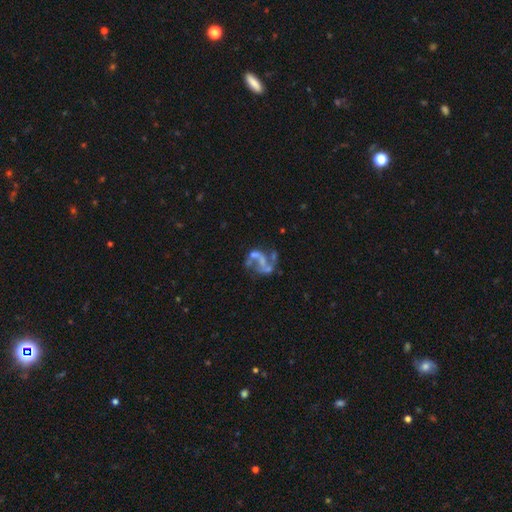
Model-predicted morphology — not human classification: featured or disk 74%, star or artifact 14%, smooth 13%. Down the decision tree: edge-on disk — no (98%); bar — no (62%); spiral arms — yes (57%); bulge size — none (61%); merging — none (35%).